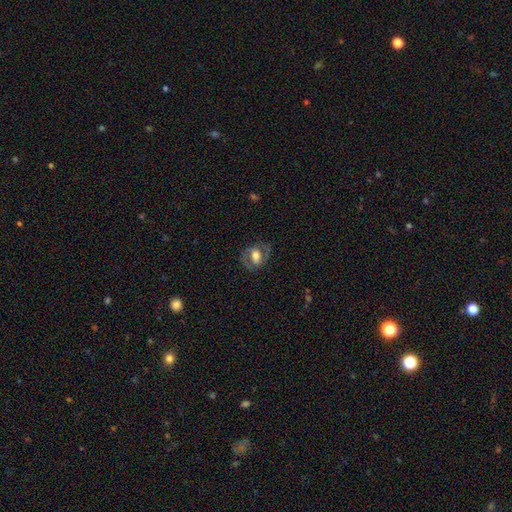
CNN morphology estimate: The model was most divided on "smooth or featured": featured or disk: 47%, smooth: 46%, star or artifact: 7%. More confident: merging — none (73%).